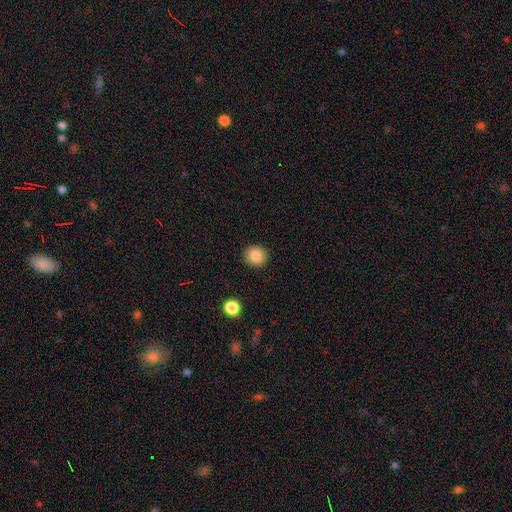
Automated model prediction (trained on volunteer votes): smooth_or_featured: smooth (p=0.85) [alt: star or artifact p=0.10]
how_rounded: round (p=0.88) [alt: in between p=0.11]
merging: none (p=0.91) [alt: minor disturbance p=0.06]